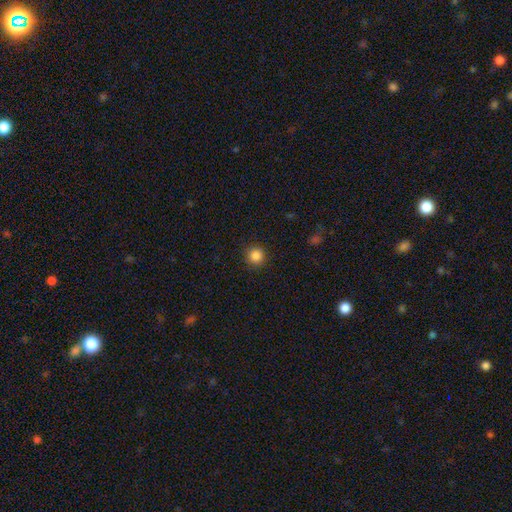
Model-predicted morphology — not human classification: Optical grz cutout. It shows a smooth galaxy with no disk features (86%) that is round (95%). Merging: none (91%).